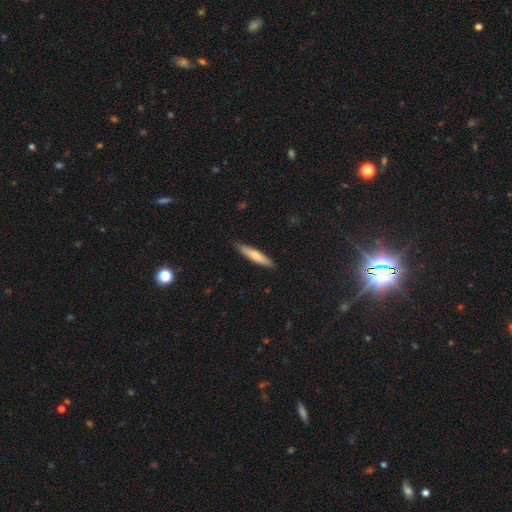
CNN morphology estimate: This appears to be a smooth galaxy with no disk features (66%) that is cigar-shaped (86%). Merging: none (87%).